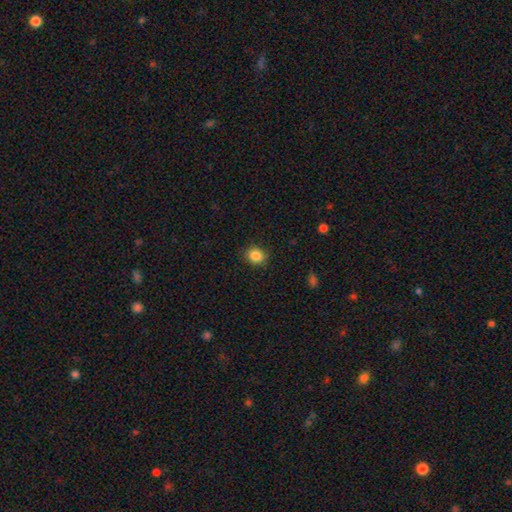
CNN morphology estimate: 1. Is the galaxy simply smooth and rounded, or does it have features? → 86% smooth, 10% star or artifact, 4% featured or disk.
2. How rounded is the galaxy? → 74% round, 25% in between, 1% cigar-shaped.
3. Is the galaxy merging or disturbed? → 88% none, 8% minor disturbance, 2% major disturbance, 1% merger.